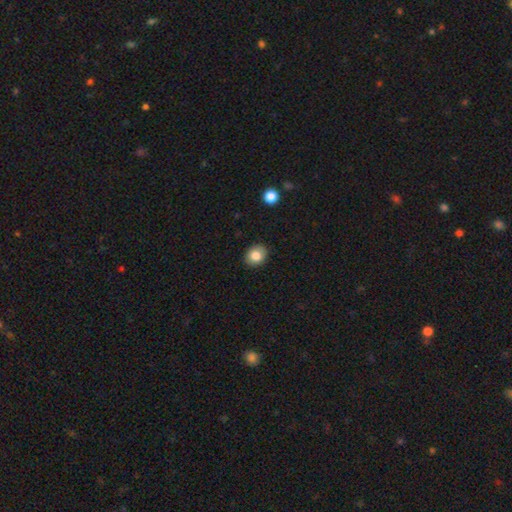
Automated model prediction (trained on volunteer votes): Morphology: type=smooth (83%); roundness=round (55%); merging=none (89%).